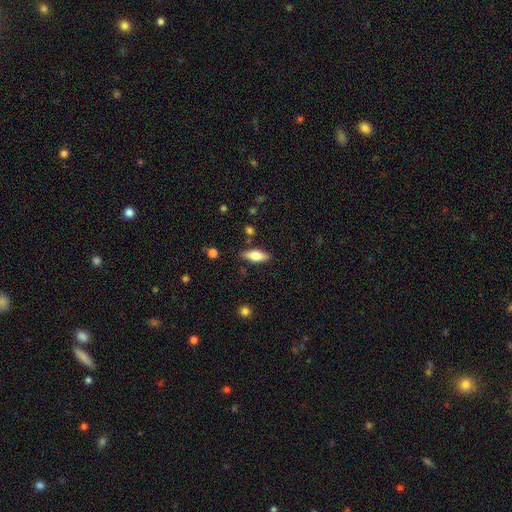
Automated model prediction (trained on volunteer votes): Overall: smooth (67%). How rounded: in between (67%; cigar-shaped 30%). Merging: none (83%).